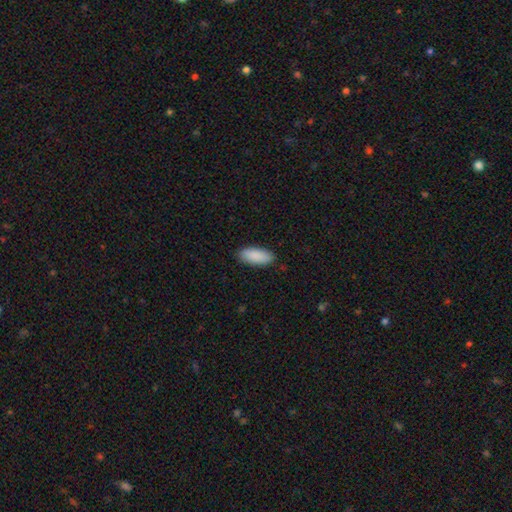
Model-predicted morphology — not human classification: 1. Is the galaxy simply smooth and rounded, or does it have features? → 90% smooth, 5% star or artifact, 5% featured or disk.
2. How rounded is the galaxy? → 86% in between, 12% cigar-shaped, 2% round.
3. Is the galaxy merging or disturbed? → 88% none, 9% minor disturbance, 2% major disturbance, 1% merger.